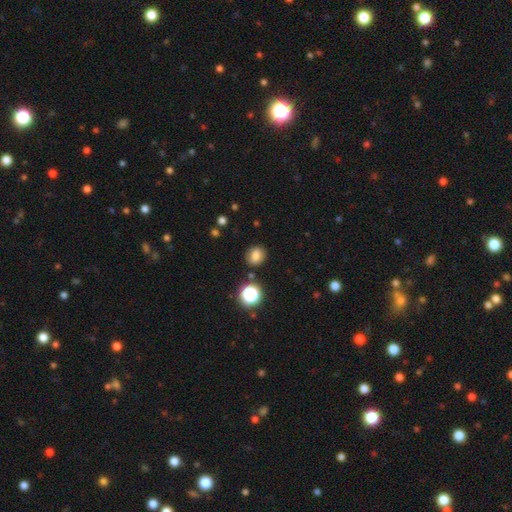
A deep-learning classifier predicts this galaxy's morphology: Overall: smooth (78%). How rounded: round (67%; in between 32%). Merging: none (84%).